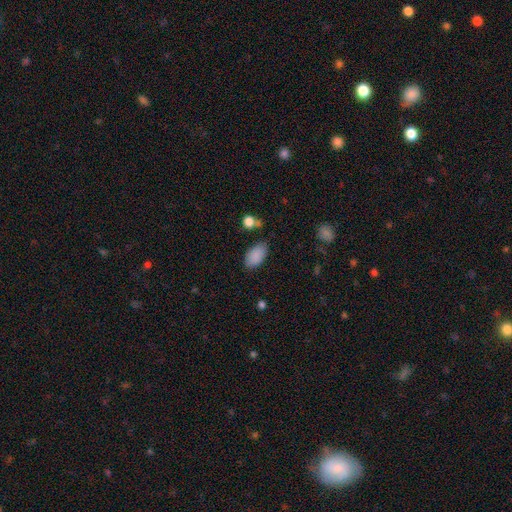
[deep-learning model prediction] Smooth or featured? smooth (88%)
How rounded? in between (94%)
Merging? none (80%)